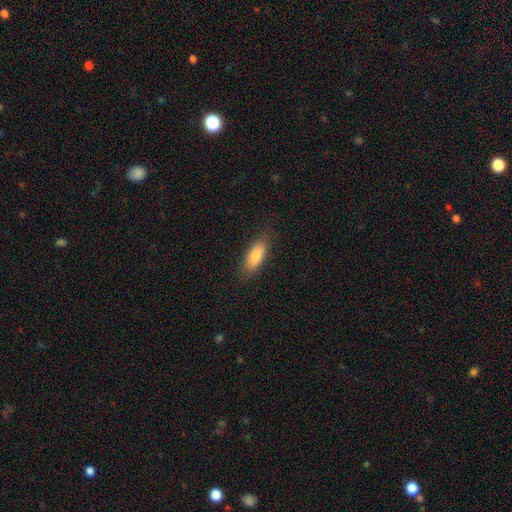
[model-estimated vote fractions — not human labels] smooth-or-featured: smooth: 83% | featured or disk: 10% | star or artifact: 7%
  how-rounded: in between: 73% | cigar-shaped: 25% | round: 2%
  merging: none: 84% | minor disturbance: 12% | major disturbance: 3% | merger: 1%